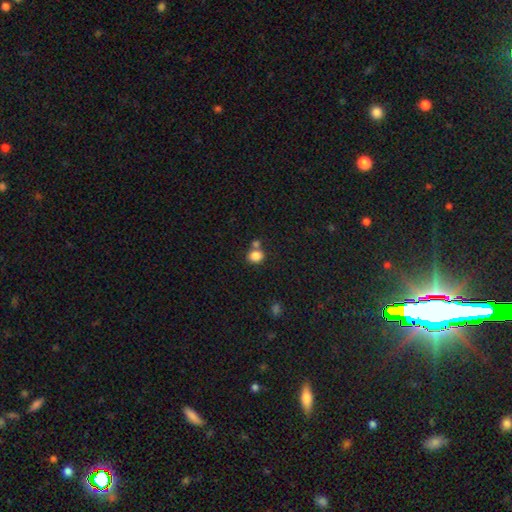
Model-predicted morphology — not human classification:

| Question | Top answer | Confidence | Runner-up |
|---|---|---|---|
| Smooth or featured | smooth | 84% | star or artifact (10%) |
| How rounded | round | 69% | in between (30%) |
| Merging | none | 59% | merger (28%) |